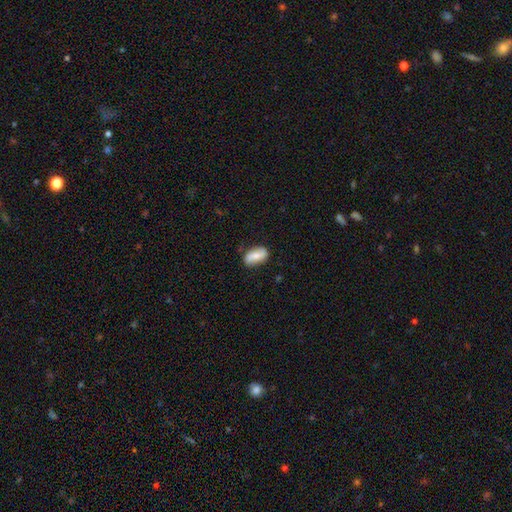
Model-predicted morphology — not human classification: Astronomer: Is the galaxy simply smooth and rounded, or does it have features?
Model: smooth — 61%.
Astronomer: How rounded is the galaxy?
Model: in between — 89%.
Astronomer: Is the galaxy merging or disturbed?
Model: none — 79%.